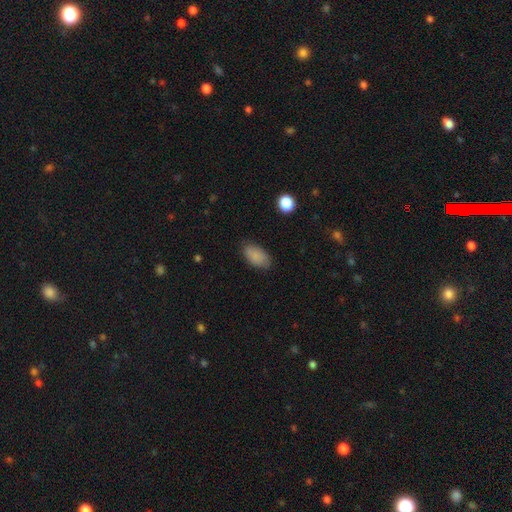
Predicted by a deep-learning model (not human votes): The model was most divided on "merging": none: 80%, minor disturbance: 15%, major disturbance: 3%, merger: 1%. More confident: how rounded — in between (93%); smooth or featured — smooth (87%).